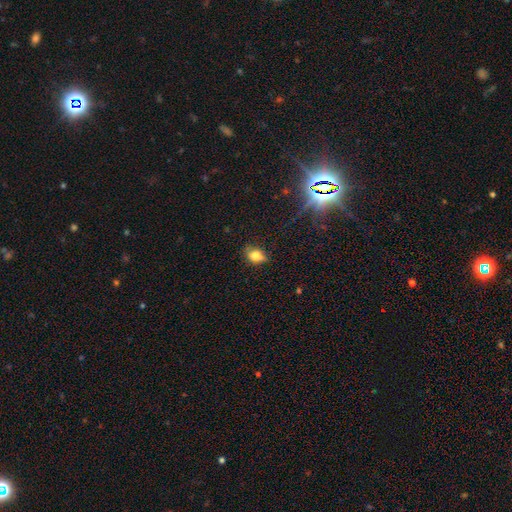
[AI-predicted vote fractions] A smooth galaxy with no disk features (73%) that is in between round and cigar-shaped (73%).

Vote fractions:
- Smooth or featured? smooth: 73% / featured or disk: 16% / star or artifact: 11%
- How rounded? in between: 73% / round: 24% / cigar-shaped: 3%
- Merging? none: 67% / minor disturbance: 26% / major disturbance: 6% / merger: 2%